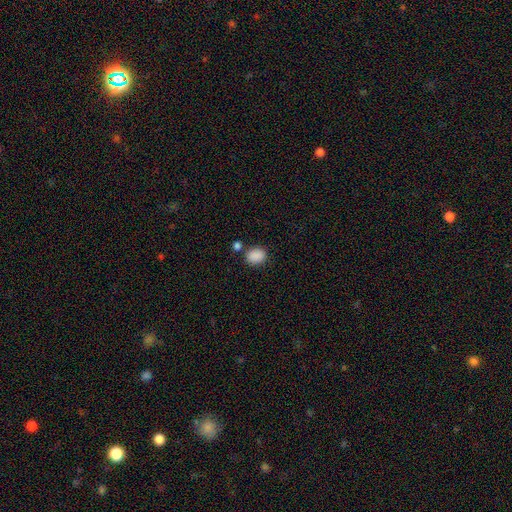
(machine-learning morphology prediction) Overall: smooth (88%). How rounded: in between (50%; round 49%). Merging: none (76%).